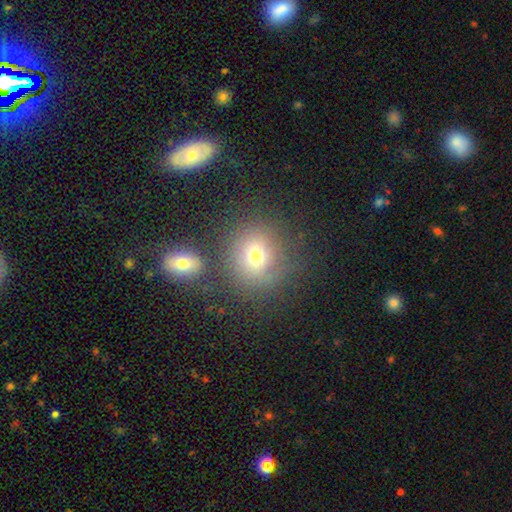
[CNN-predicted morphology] Overall: smooth (71%). How rounded: round (84%). Merging: none (70%).